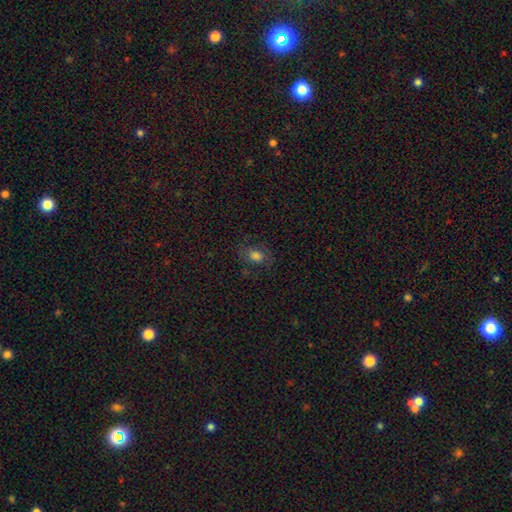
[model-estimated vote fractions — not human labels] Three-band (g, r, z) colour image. It shows a smooth galaxy with no disk features (59%) that is in between round and cigar-shaped (62%). Merging: none (71%).